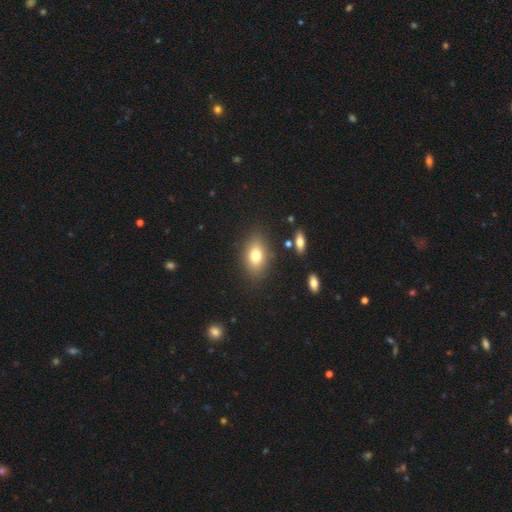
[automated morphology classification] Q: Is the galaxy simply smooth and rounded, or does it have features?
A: smooth — 75%.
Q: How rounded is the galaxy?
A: in between — 82%.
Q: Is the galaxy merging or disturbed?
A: none — 82%.